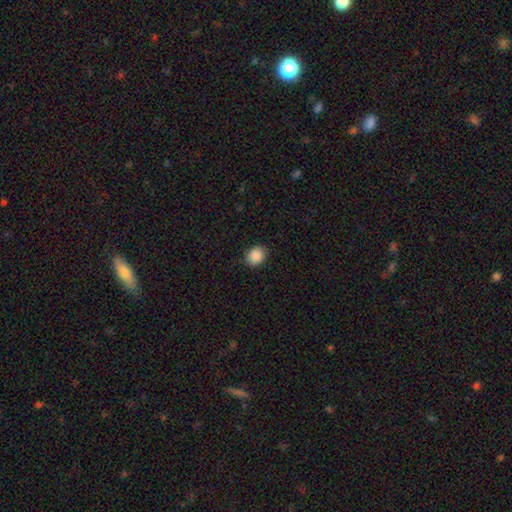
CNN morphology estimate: A smooth galaxy with no disk features (89%) that is round (65%).

Vote fractions:
- Smooth or featured? smooth: 89% / star or artifact: 8% / featured or disk: 3%
- How rounded? round: 65% / in between: 34% / cigar-shaped: 1%
- Merging? none: 88% / minor disturbance: 9% / major disturbance: 2% / merger: 1%